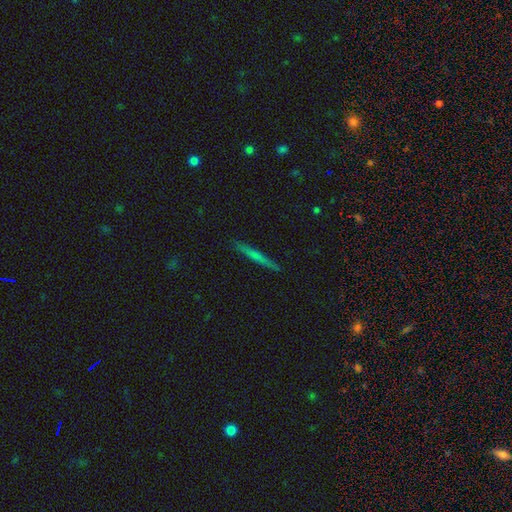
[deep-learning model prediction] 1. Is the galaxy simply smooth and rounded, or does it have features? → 52% smooth, 41% featured or disk, 7% star or artifact.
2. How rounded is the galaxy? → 96% cigar-shaped, 3% in between, 2% round.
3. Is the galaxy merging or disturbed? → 92% none, 6% minor disturbance, 1% major disturbance, 1% merger.